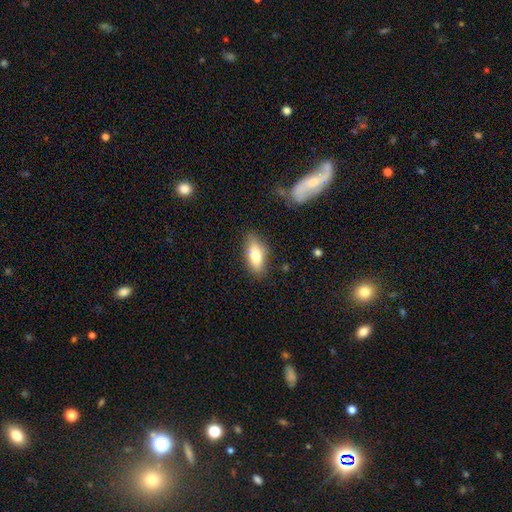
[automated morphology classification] type=smooth (74%); roundness=in between (77%); merging=none (81%).